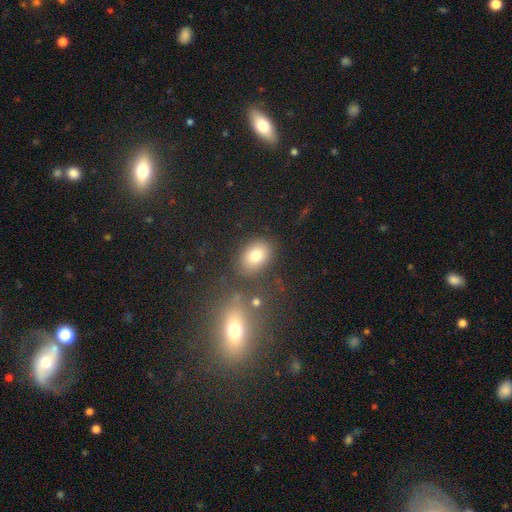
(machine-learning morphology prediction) Smooth or featured?
  - smooth: 79% *
  - featured or disk: 11%
  - star or artifact: 10%
How rounded?
  - in between: 70% *
  - round: 29%
  - cigar-shaped: 1%
Merging?
  - none: 79% *
  - minor disturbance: 12%
  - merger: 5%
  - major disturbance: 4%